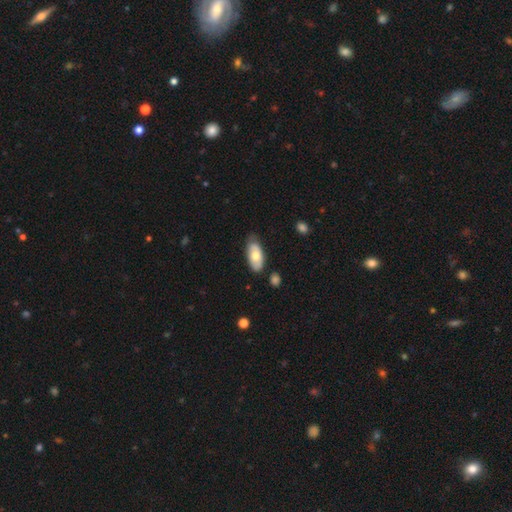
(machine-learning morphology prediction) smooth_or_featured: smooth (p=0.63) [alt: featured or disk p=0.31]
how_rounded: in between (p=0.91) [alt: cigar-shaped p=0.06]
merging: none (p=0.70) [alt: minor disturbance p=0.23]